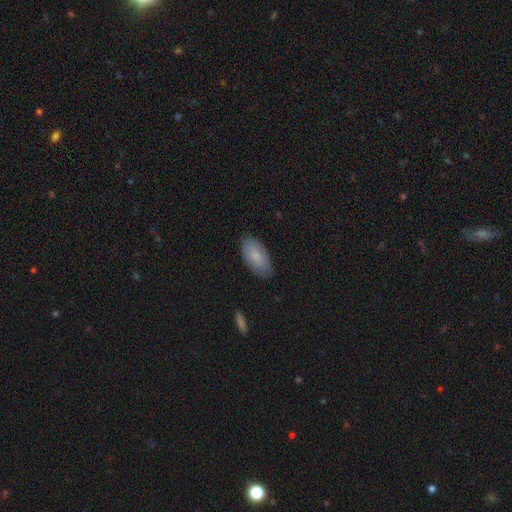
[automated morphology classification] Smooth or featured: smooth — 82% (featured or disk — 11%)
How rounded: in between — 94% (cigar-shaped — 4%)
Merging: none — 84% (minor disturbance — 12%)